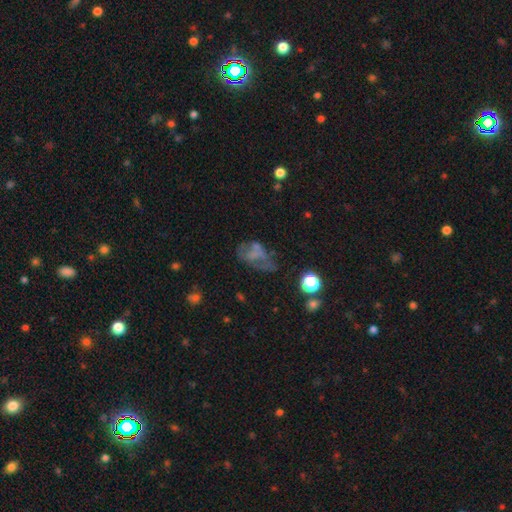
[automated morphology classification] Smooth or featured: featured or disk — 43% (smooth — 33%)
Merging: none — 38% (major disturbance — 31%)